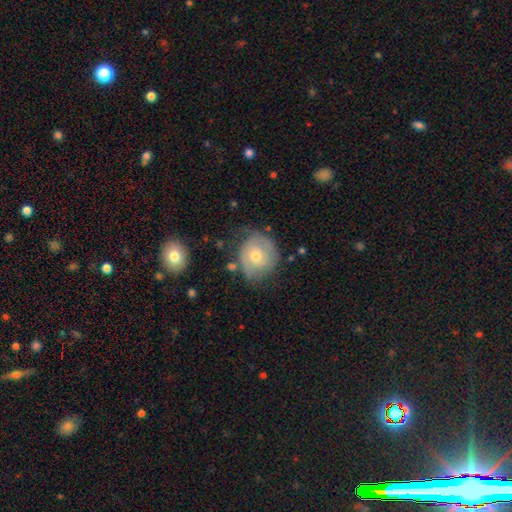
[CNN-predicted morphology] A featured or disk galaxy (62%) with no bar (70%), spiral arms (83%) and a moderate central bulge (56%).

Vote fractions:
- Smooth or featured? featured or disk: 62% / smooth: 31% / star or artifact: 7%
- Edge-on disk? no: 97% / yes: 3%
- Bar? no: 70% / weak: 26% / strong: 4%
- Spiral arms? yes: 83% / no: 17%
- Bulge size? moderate: 56% / small: 39% / large: 3% / none: 1% / dominant: 1%
- Merging? none: 64% / minor disturbance: 23% / major disturbance: 9% / merger: 4%